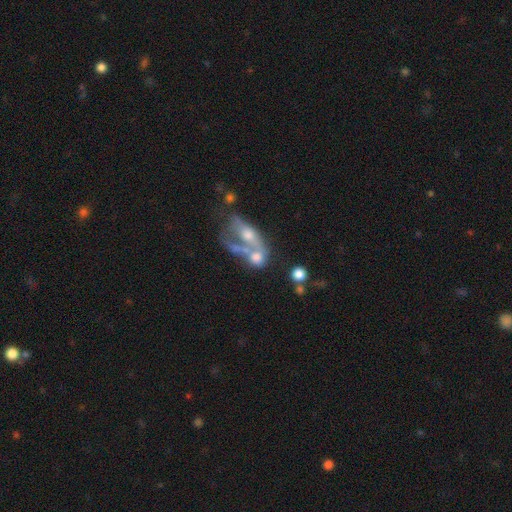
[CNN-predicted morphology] The model was most divided on "smooth or featured": featured or disk: 51%, smooth: 37%, star or artifact: 13%. More confident: edge-on disk — no (89%); merging — merger (56%).